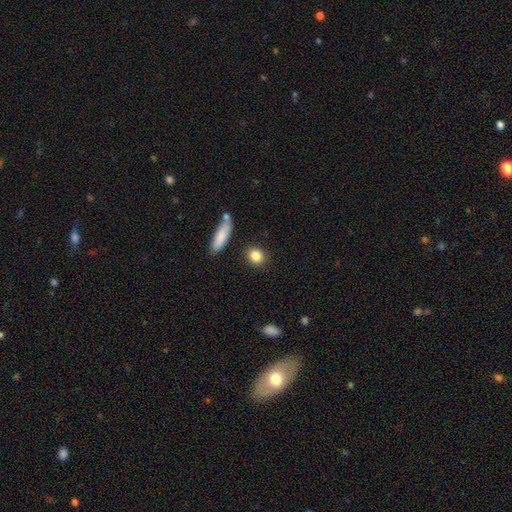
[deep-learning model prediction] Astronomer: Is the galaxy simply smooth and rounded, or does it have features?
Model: smooth — 86%.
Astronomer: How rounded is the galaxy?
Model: round — 64%.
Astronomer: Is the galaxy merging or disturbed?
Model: none — 86%.